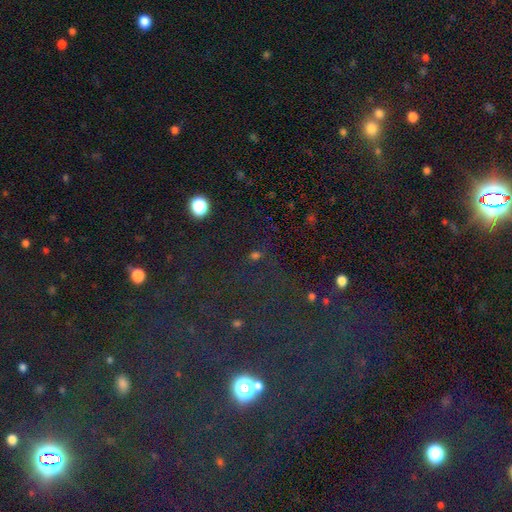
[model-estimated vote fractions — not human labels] star or artifact 56%, smooth 36%, featured or disk 8%.